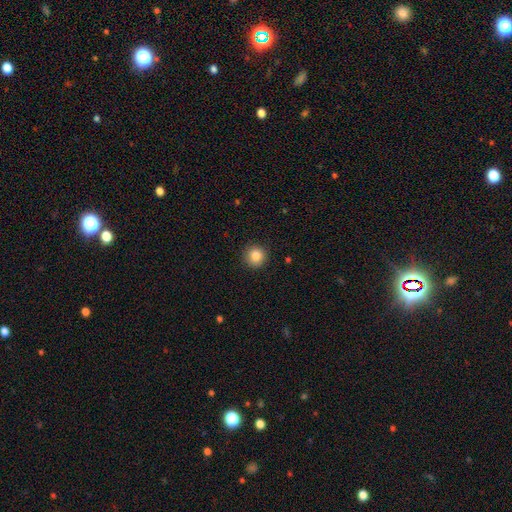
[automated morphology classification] Q: Smooth or featured?
A: smooth (84%); runner-up: star or artifact (10%)
Q: How rounded?
A: round (94%); runner-up: in between (5%)
Q: Merging?
A: none (92%); runner-up: minor disturbance (6%)